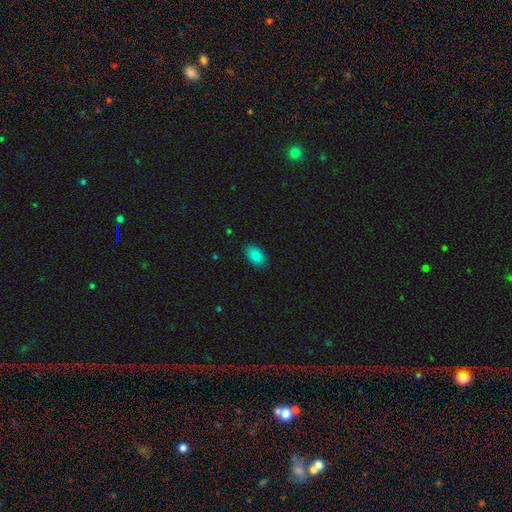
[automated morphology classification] The model was most divided on "merging": none: 86%, minor disturbance: 10%, major disturbance: 2%, merger: 1%. More confident: how rounded — in between (92%); smooth or featured — smooth (87%).